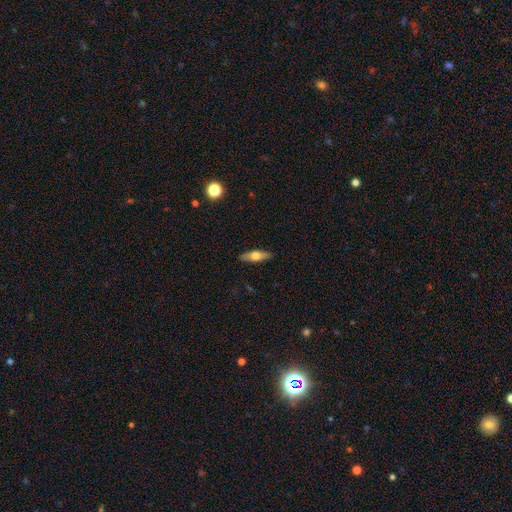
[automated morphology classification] This is possibly a smooth galaxy (54%). How rounded: possibly cigar-shaped (51%). Merging: clearly none (89%).